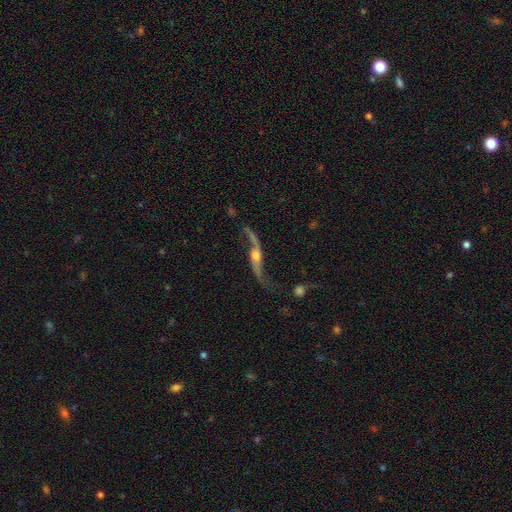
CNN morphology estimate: A featured or disk galaxy (88%) with no bar (57%), 2 (93%) loose (94%) spiral arms (95%) and a moderate central bulge (56%).

Vote fractions:
- Smooth or featured? featured or disk: 88% / smooth: 7% / star or artifact: 6%
- Edge-on disk? no: 79% / yes: 21%
- Bar? no: 57% / weak: 27% / strong: 15%
- Spiral arms? yes: 95% / no: 5%
- Spiral winding? loose: 94% / medium: 4% / tight: 2%
- Spiral arm count? 2: 93% / 1: 2% / can't tell: 1% / 3: 1% / 4: 1% / more than 4: 1%
- Bulge size? moderate: 56% / small: 29% / large: 8% / none: 4% / dominant: 2%
- Merging? none: 60% / minor disturbance: 18% / major disturbance: 15% / merger: 7%